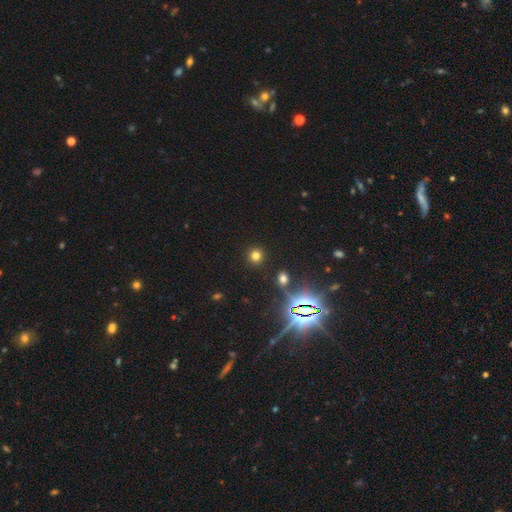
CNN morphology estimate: type=smooth (72%); roundness=round (93%); merging=none (90%).